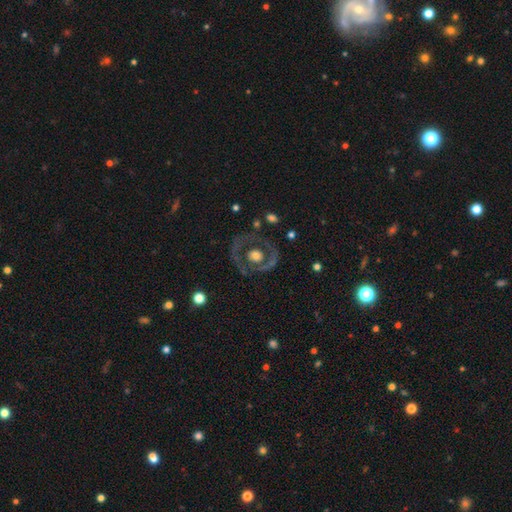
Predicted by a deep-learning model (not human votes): This appears to be a featured or disk galaxy (57%) with no bar (91%), no spiral arms (88%) and a moderate central bulge (49%). Merging: none (74%).